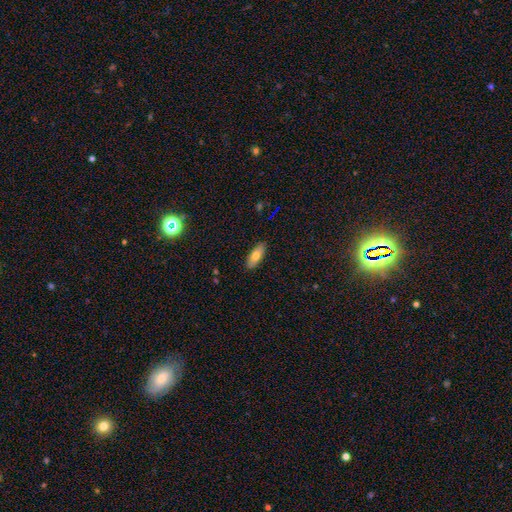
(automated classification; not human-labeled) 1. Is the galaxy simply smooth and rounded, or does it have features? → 71% smooth, 22% featured or disk, 7% star or artifact.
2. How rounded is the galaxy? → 73% in between, 24% cigar-shaped, 2% round.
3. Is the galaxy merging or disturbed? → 89% none, 8% minor disturbance, 2% major disturbance, 1% merger.